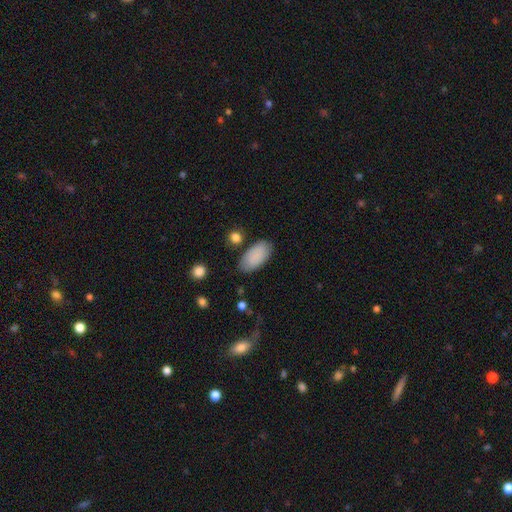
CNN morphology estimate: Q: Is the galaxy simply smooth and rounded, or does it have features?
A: smooth — 88%.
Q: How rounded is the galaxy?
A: in between — 94%.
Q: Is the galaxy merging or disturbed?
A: none — 79%.